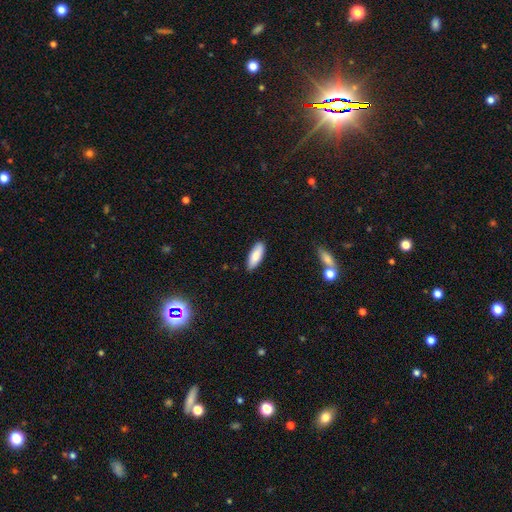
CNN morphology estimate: type=smooth (85%); roundness=in between (68%); merging=none (86%).